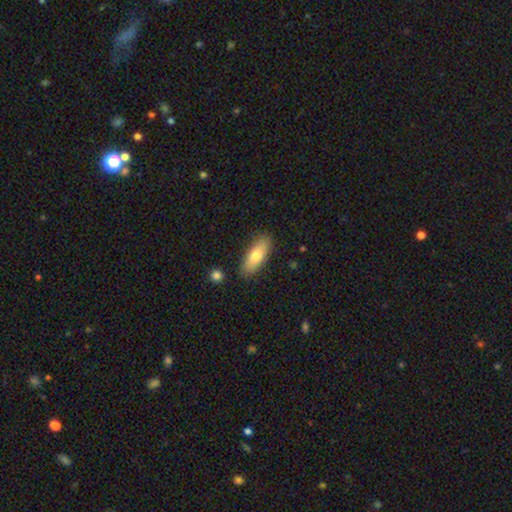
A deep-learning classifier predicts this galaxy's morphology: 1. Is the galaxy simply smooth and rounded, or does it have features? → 74% smooth, 20% featured or disk, 6% star or artifact.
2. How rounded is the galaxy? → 69% in between, 28% cigar-shaped, 2% round.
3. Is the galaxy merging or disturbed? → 85% none, 11% minor disturbance, 2% major disturbance, 2% merger.